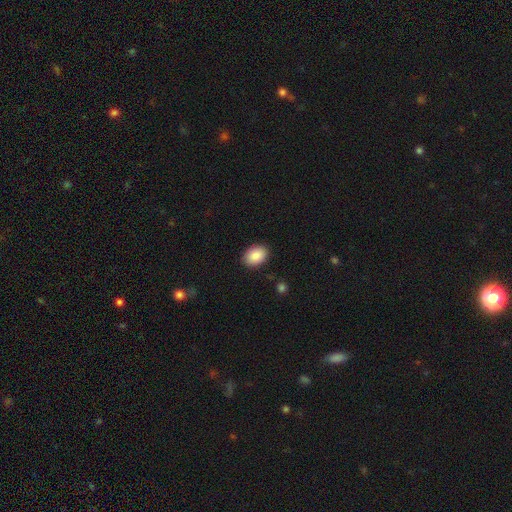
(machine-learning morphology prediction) A smooth galaxy with no disk features (89%) that is in between round and cigar-shaped (80%). Merging: none (89%).